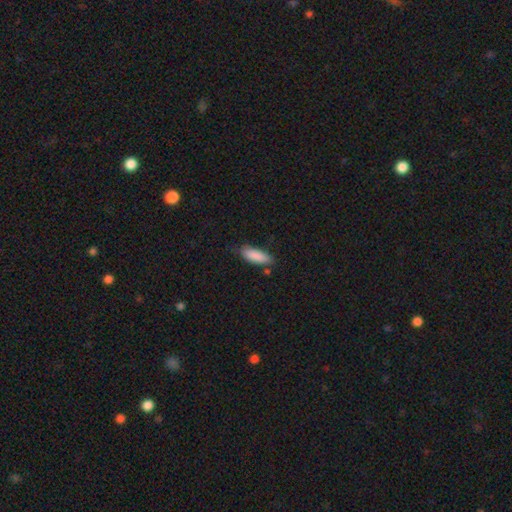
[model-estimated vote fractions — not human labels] Smooth or featured? Predicted: smooth (p=0.88). How rounded? Predicted: in between (p=0.66). Merging? Predicted: none (p=0.71).